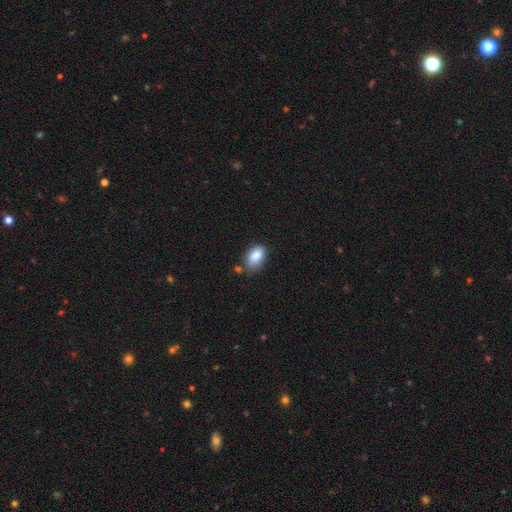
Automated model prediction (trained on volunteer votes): Smooth or featured?
  - smooth: 86% *
  - star or artifact: 7%
  - featured or disk: 7%
How rounded?
  - in between: 89% *
  - round: 9%
  - cigar-shaped: 1%
Merging?
  - none: 62% *
  - minor disturbance: 25%
  - merger: 8%
  - major disturbance: 5%